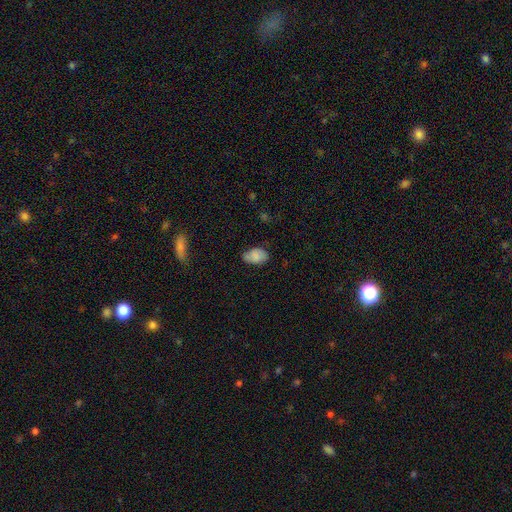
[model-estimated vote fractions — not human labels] Smooth or featured? smooth (81%)
How rounded? in between (88%)
Merging? none (66%)